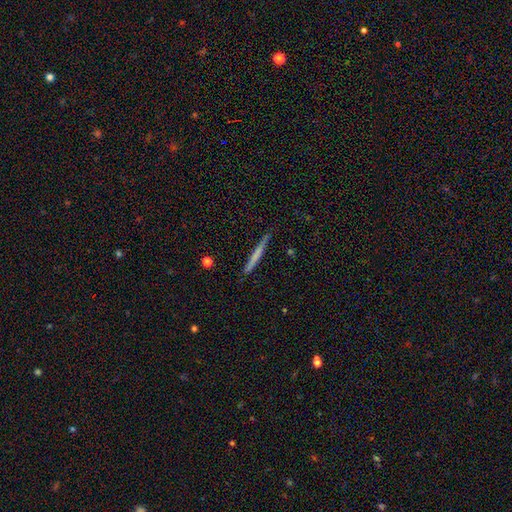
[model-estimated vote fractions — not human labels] Q: Smooth or featured?
A: smooth (58%); runner-up: featured or disk (36%)
Q: How rounded?
A: cigar-shaped (97%); runner-up: in between (2%)
Q: Merging?
A: none (89%); runner-up: minor disturbance (8%)